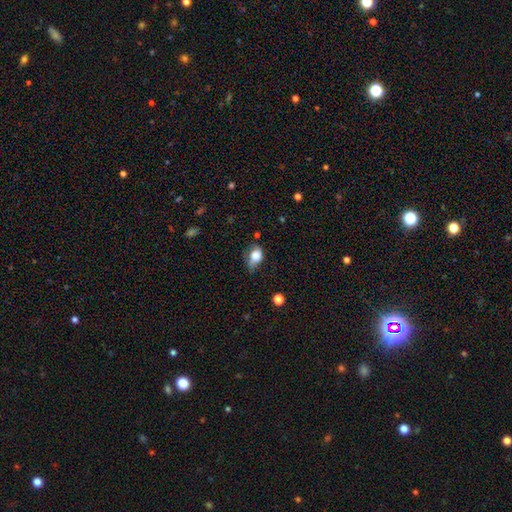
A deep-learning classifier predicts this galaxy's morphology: smooth_or_featured: smooth (p=0.77) [alt: featured or disk p=0.14]
how_rounded: in between (p=0.70) [alt: round p=0.28]
merging: minor disturbance (p=0.44) [alt: none p=0.31]